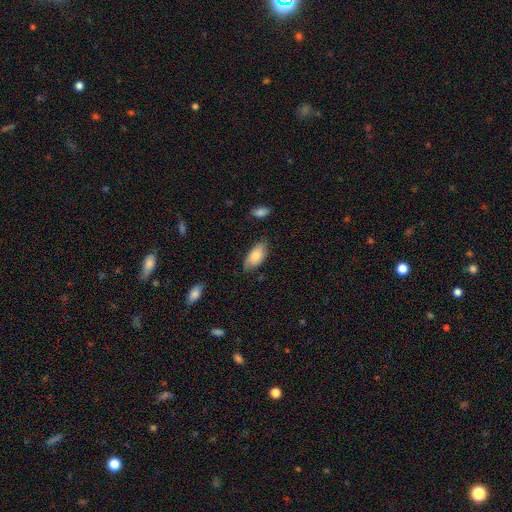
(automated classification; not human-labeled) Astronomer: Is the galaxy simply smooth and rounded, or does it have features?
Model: smooth — 77%.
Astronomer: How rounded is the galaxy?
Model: in between — 93%.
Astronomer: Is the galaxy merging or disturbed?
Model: none — 65%.